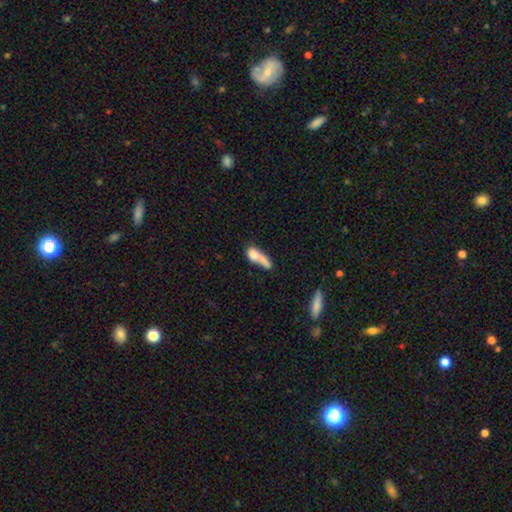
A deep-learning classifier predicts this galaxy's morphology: Overall: smooth (66%). How rounded: in between (50%; cigar-shaped 39%). Merging: merger (39%; none 24%).